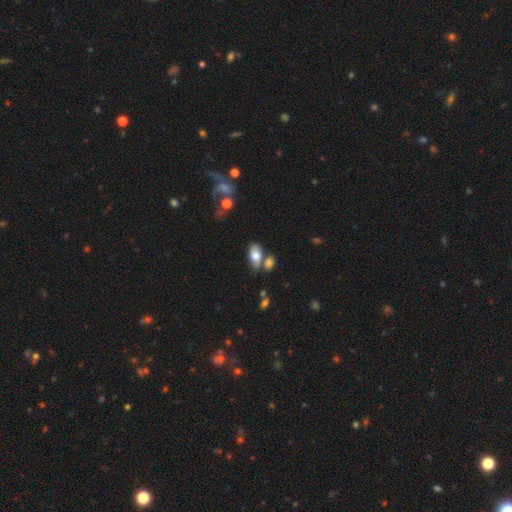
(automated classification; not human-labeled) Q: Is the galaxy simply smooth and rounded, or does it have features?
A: smooth — 73%.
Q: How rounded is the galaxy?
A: in between — 91%.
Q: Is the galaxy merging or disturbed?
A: none — 48%.